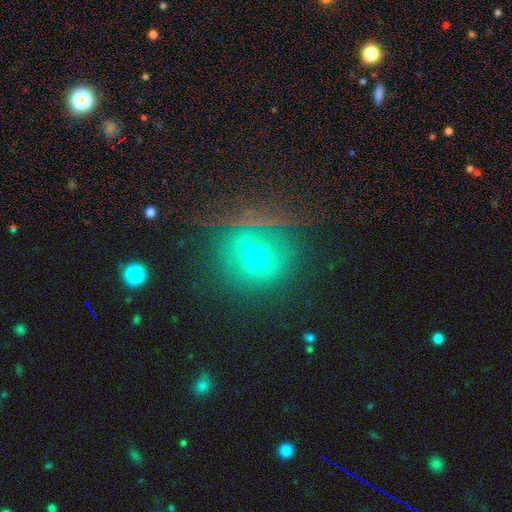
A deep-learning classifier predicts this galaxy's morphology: smooth 47%, featured or disk 30%, star or artifact 24%. Down the decision tree: merging — none (69%).